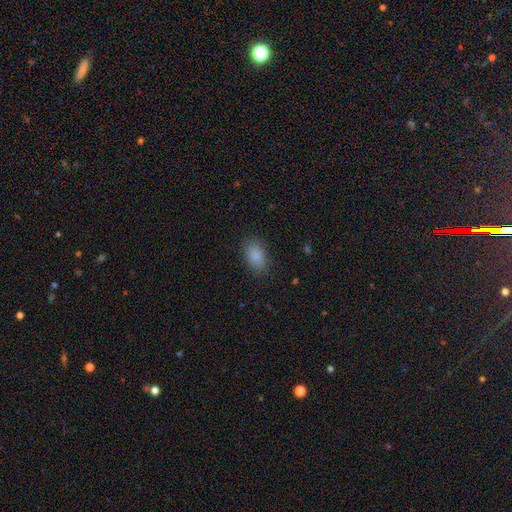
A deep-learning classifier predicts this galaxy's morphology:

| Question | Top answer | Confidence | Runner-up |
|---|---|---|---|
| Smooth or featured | smooth | 87% | star or artifact (8%) |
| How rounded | in between | 89% | round (9%) |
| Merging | none | 85% | minor disturbance (11%) |